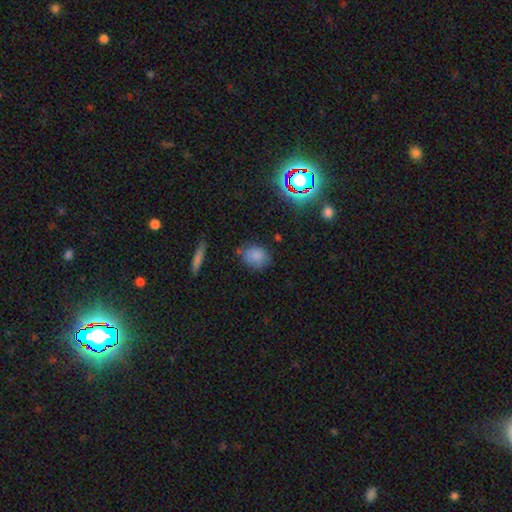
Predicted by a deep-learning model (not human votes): Smooth or featured: smooth — 78% (star or artifact — 12%)
How rounded: round — 58% (in between — 40%)
Merging: none — 67% (minor disturbance — 23%)